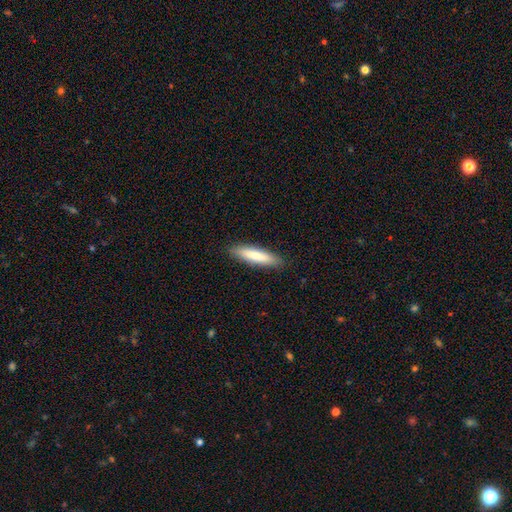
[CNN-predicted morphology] smooth 79%, featured or disk 16%, star or artifact 6%. Down the decision tree: how rounded — cigar-shaped (79%); merging — none (89%).